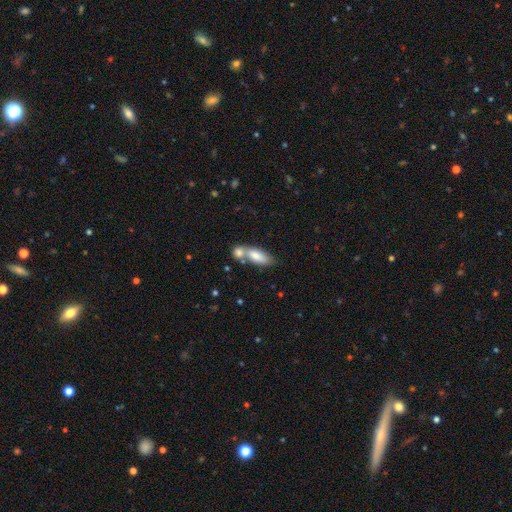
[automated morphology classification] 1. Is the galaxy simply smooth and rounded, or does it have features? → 78% smooth, 15% featured or disk, 7% star or artifact.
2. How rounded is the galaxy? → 72% in between, 24% cigar-shaped, 4% round.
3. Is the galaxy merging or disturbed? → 52% merger, 33% none, 11% minor disturbance, 4% major disturbance.